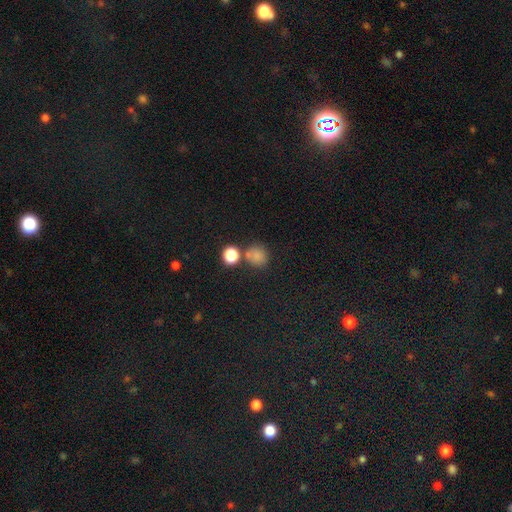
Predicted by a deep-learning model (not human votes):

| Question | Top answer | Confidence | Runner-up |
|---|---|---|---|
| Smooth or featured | smooth | 78% | star or artifact (15%) |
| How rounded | round | 85% | in between (14%) |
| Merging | none | 63% | merger (19%) |